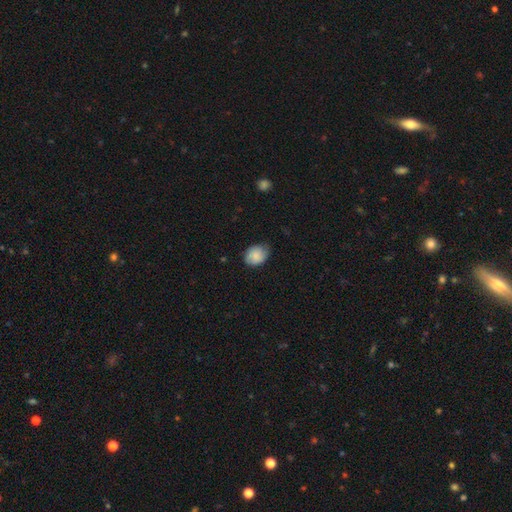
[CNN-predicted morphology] Overall: smooth (79%). How rounded: in between (61%; round 38%). Merging: none (67%).